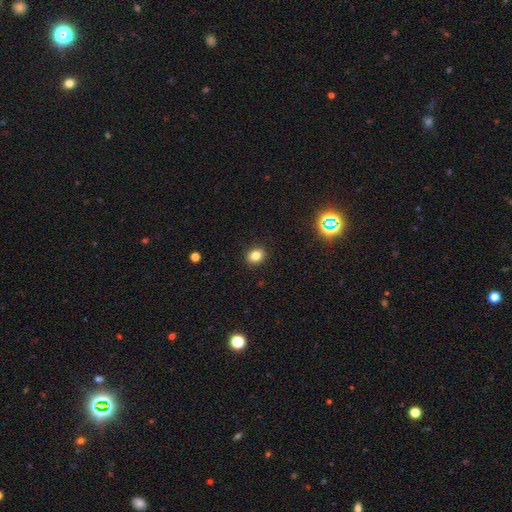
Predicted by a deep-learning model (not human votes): This appears to be a smooth galaxy with no disk features (81%) that is round (59%). Merging: none (91%).